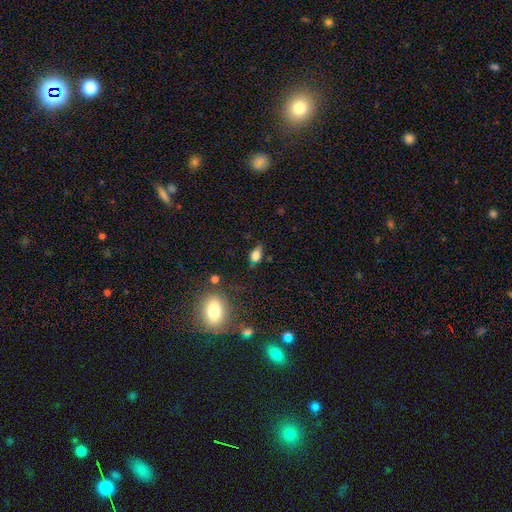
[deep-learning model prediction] This is likely a smooth galaxy (74%). How rounded: clearly in between (82%). Merging: likely none (63%).